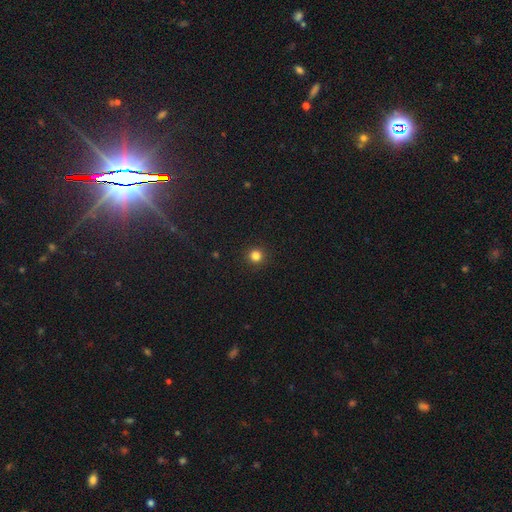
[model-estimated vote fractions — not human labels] Q: Smooth or featured?
A: smooth (84%); runner-up: star or artifact (13%)
Q: How rounded?
A: round (95%); runner-up: in between (4%)
Q: Merging?
A: none (93%); runner-up: minor disturbance (4%)